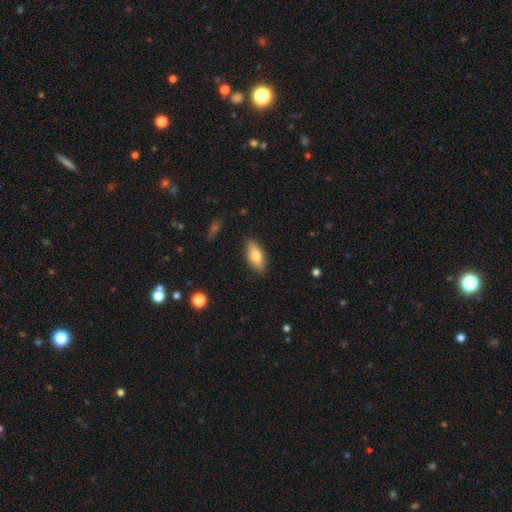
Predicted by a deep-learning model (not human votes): This is likely a smooth galaxy (72%). How rounded: likely in between (73%). Merging: clearly none (86%).